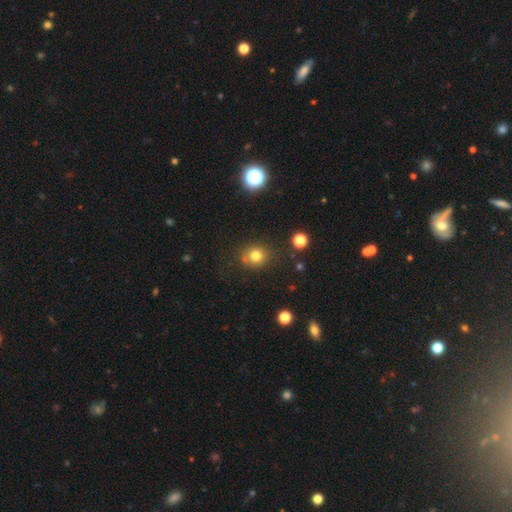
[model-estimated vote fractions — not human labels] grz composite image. It shows a smooth galaxy with no disk features (78%) that is round (83%). Merging: none (76%).